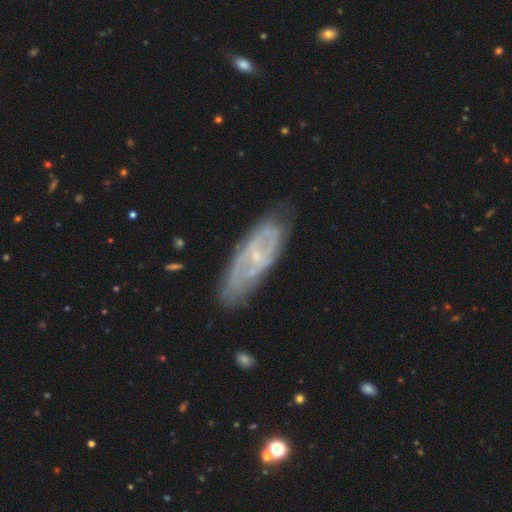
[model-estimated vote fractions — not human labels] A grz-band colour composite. It shows a featured or disk galaxy (73%) with no bar (43%), spiral arms (72%) and a small central bulge (78%). Merging: none (70%).